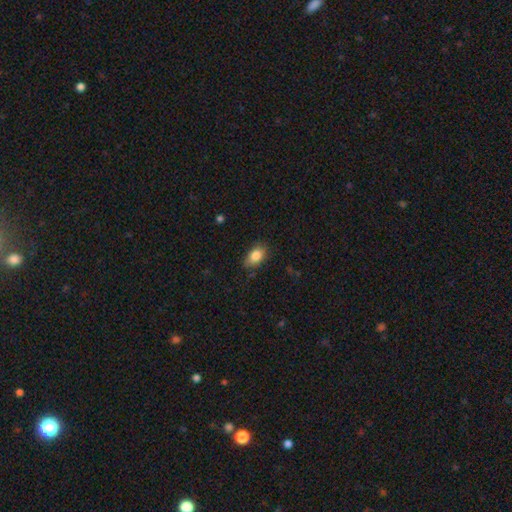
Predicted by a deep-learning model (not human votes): This appears to be a smooth galaxy with no disk features (84%) that is in between round and cigar-shaped (87%). Merging: none (79%).